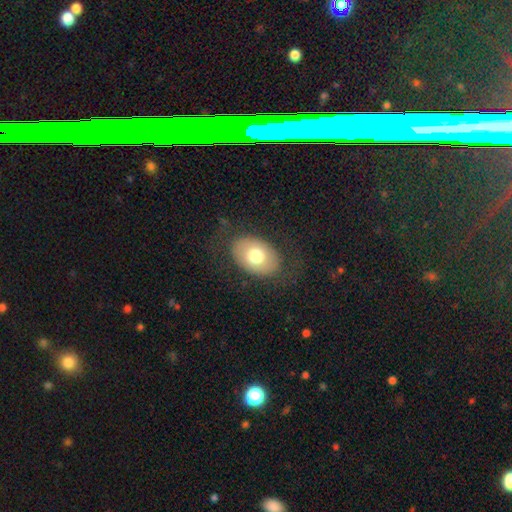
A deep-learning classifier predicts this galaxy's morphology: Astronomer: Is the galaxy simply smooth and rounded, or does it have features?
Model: smooth — 69%.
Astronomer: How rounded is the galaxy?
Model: in between — 83%.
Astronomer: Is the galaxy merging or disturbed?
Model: none — 78%.